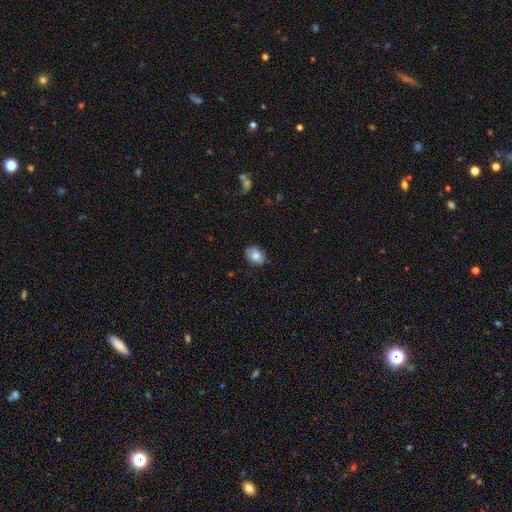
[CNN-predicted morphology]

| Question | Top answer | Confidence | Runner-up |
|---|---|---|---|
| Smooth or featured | smooth | 75% | featured or disk (16%) |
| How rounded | in between | 71% | round (28%) |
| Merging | none | 76% | minor disturbance (19%) |